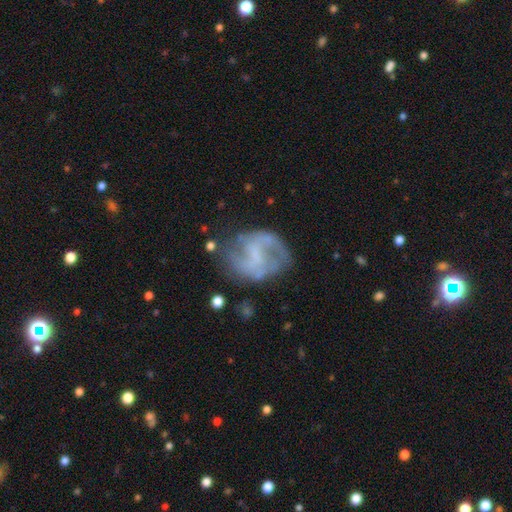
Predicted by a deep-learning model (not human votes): Overall: featured or disk (74%). Edge-on disk: no (98%). Bar: weak (43%; no 40%). Spiral arms: yes (78%). Spiral arm count: 2 (70%). Spiral winding: medium (45%; loose 32%). Bulge size: none (51%; small 29%). Merging: none (60%; minor disturbance 21%).